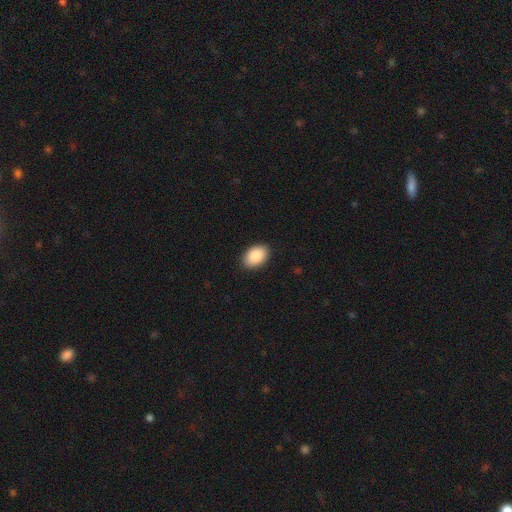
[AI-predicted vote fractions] smooth 90%, star or artifact 6%, featured or disk 4%. Down the decision tree: how rounded — in between (89%); merging — none (89%).